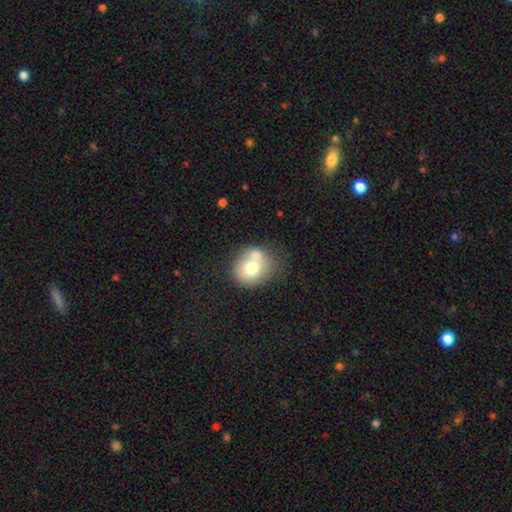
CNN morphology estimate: A smooth galaxy with no disk features (69%) that is round (71%). Merging: none (44%).